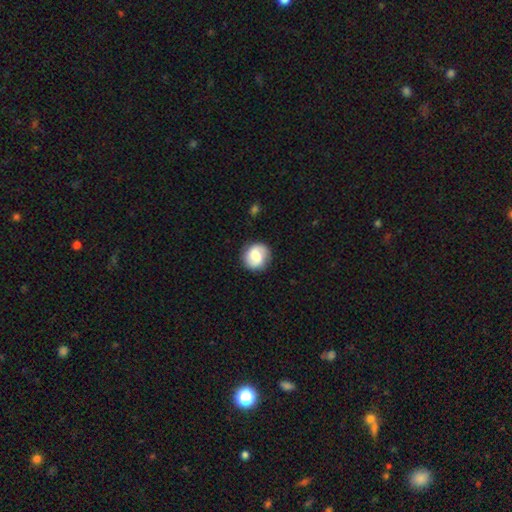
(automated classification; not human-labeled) This appears to be a smooth galaxy with no disk features (50%) that is round (86%). Merging: none (84%).